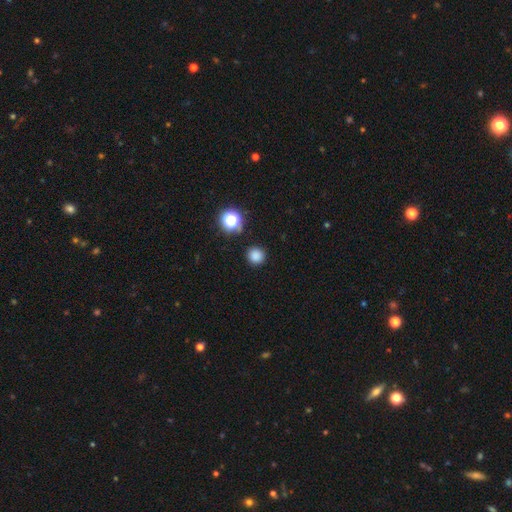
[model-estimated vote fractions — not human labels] Smooth or featured: smooth — 81% (star or artifact — 15%)
How rounded: round — 94% (in between — 5%)
Merging: none — 89% (minor disturbance — 7%)